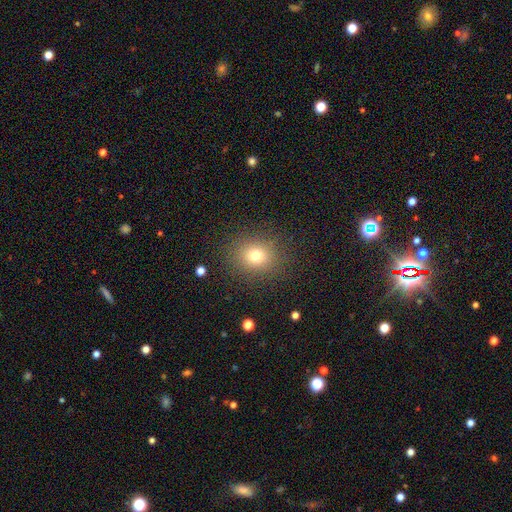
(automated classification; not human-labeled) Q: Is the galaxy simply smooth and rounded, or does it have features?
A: smooth — 75%.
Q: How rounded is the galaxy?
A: round — 73%.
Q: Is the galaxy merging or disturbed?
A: none — 87%.